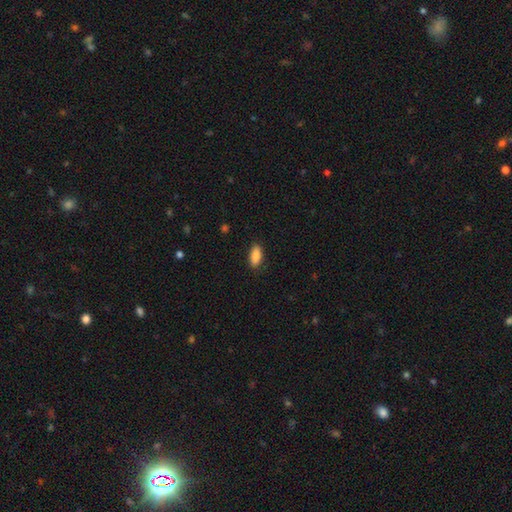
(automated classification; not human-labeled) This is clearly a smooth galaxy (87%). How rounded: clearly in between (86%). Merging: clearly none (87%).